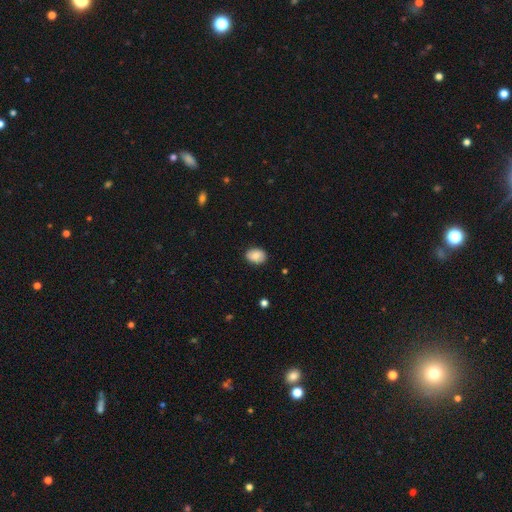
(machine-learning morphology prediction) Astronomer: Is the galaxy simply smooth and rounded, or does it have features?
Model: smooth — 82%.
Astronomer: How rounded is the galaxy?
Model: in between — 72%.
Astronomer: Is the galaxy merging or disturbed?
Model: none — 86%.